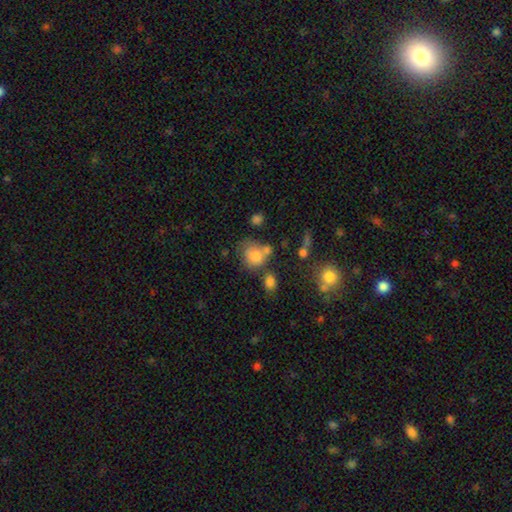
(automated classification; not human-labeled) Smooth or featured? Predicted: smooth (p=0.78). How rounded? Predicted: round (p=0.58). Merging? Predicted: none (p=0.42).